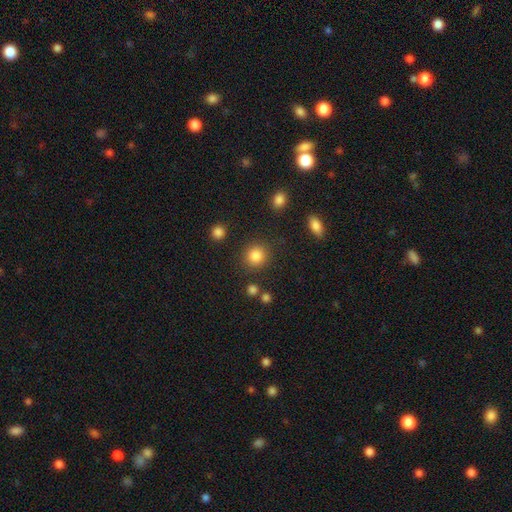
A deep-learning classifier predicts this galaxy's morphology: Q: Smooth or featured?
A: smooth (85%); runner-up: star or artifact (10%)
Q: How rounded?
A: round (89%); runner-up: in between (10%)
Q: Merging?
A: none (87%); runner-up: minor disturbance (7%)